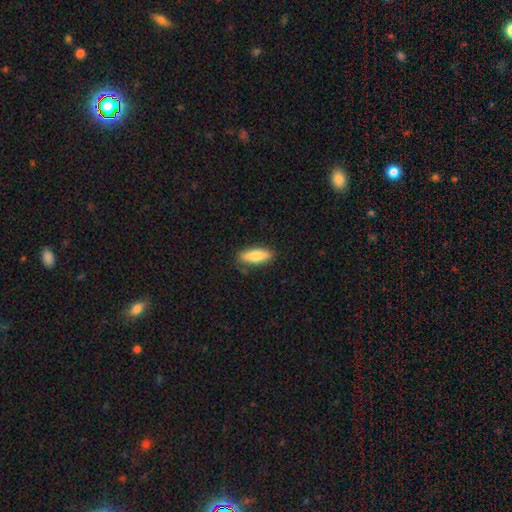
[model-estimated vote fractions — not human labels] smooth-or-featured: smooth: 75% | featured or disk: 19% | star or artifact: 6%
  how-rounded: in between: 54% | cigar-shaped: 43% | round: 2%
  merging: none: 83% | minor disturbance: 13% | major disturbance: 3% | merger: 1%